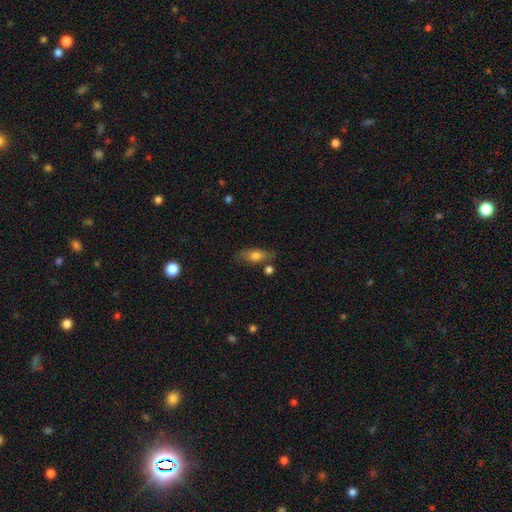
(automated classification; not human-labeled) Smooth or featured: smooth — 70% (featured or disk — 22%)
How rounded: in between — 77% (cigar-shaped — 17%)
Merging: none — 65% (minor disturbance — 19%)